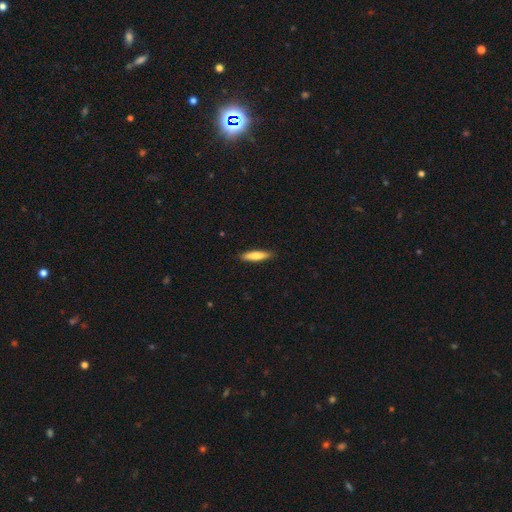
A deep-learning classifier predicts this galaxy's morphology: smooth_or_featured: smooth (p=0.79) [alt: featured or disk p=0.15]
how_rounded: cigar-shaped (p=0.78) [alt: in between p=0.21]
merging: none (p=0.89) [alt: minor disturbance p=0.09]